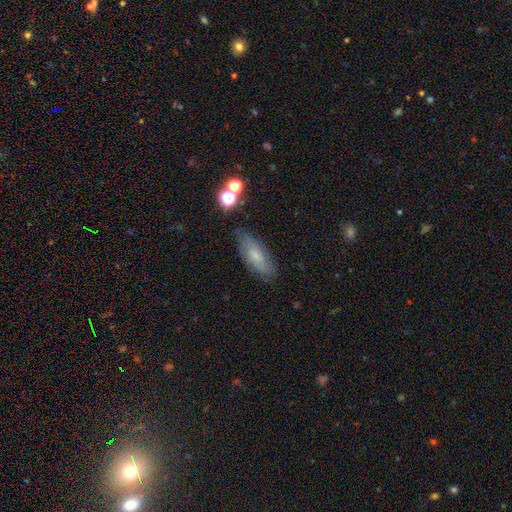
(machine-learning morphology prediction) smooth_or_featured: smooth (p=0.54) [alt: featured or disk p=0.36]
how_rounded: in between (p=0.73) [alt: cigar-shaped p=0.24]
merging: none (p=0.73) [alt: minor disturbance p=0.19]